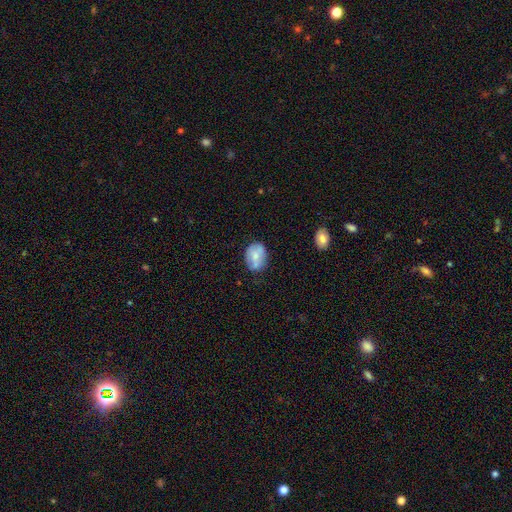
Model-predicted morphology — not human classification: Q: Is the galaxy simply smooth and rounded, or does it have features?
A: smooth — 61%.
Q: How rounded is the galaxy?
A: in between — 66%.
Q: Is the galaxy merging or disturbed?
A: none — 58%.